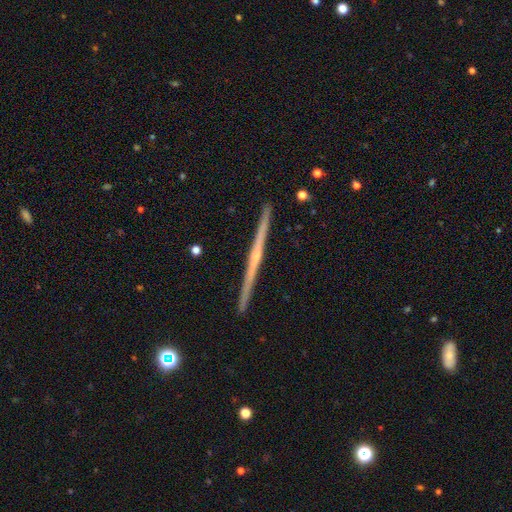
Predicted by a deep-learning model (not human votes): Smooth or featured?
  - featured or disk: 77% *
  - smooth: 17%
  - star or artifact: 6%
Edge-on disk?
  - yes: 99% *
  - no: 1%
Edge-on bulge?
  - none: 56% *
  - rounded: 38%
  - boxy: 6%
Merging?
  - none: 93% *
  - minor disturbance: 5%
  - merger: 1%
  - major disturbance: 1%